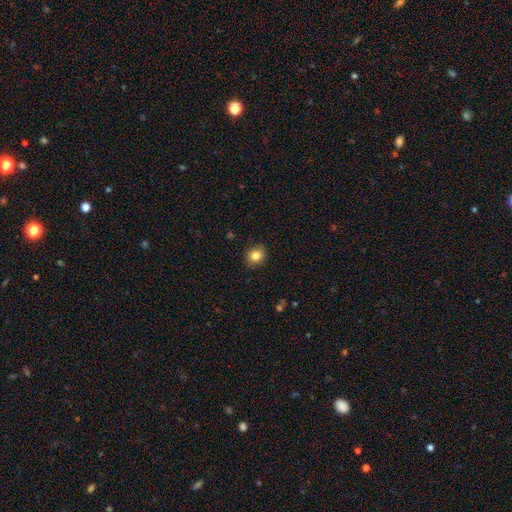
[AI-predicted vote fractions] Overall: smooth (83%). How rounded: round (62%; in between 37%). Merging: none (89%).